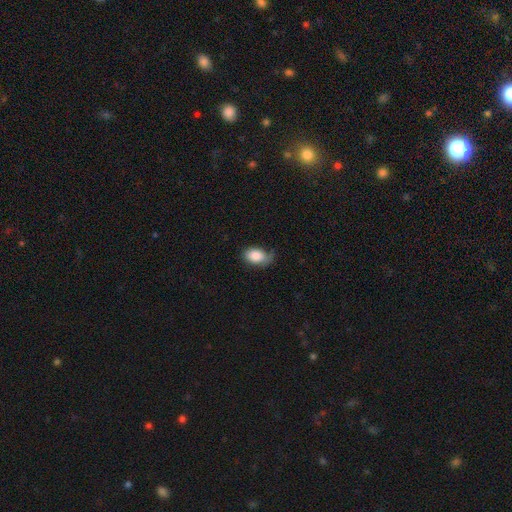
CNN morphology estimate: This appears to be a smooth galaxy with no disk features (84%) that is in between round and cigar-shaped (86%). Merging: none (47%).